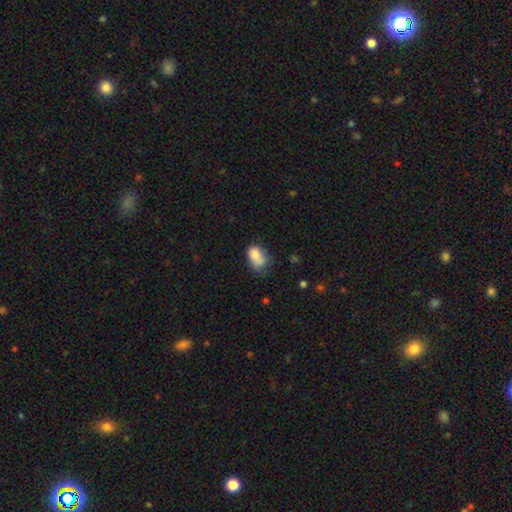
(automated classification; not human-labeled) Smooth or featured?
  - smooth: 78% *
  - featured or disk: 12%
  - star or artifact: 9%
How rounded?
  - in between: 80% *
  - round: 19%
  - cigar-shaped: 1%
Merging?
  - none: 36% *
  - minor disturbance: 33%
  - merger: 17%
  - major disturbance: 15%